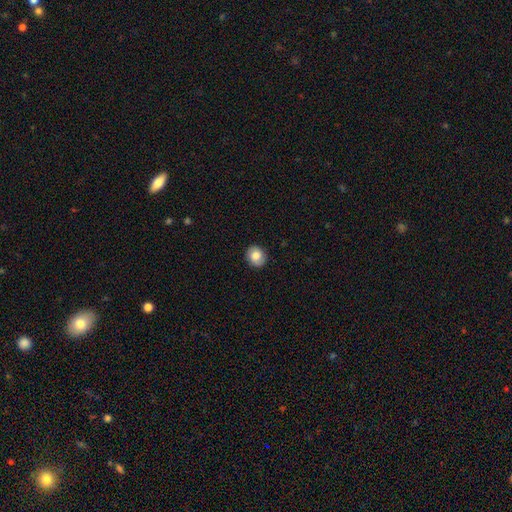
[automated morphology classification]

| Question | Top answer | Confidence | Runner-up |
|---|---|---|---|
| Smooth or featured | smooth | 77% | featured or disk (15%) |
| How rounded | round | 76% | in between (23%) |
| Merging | none | 88% | minor disturbance (9%) |